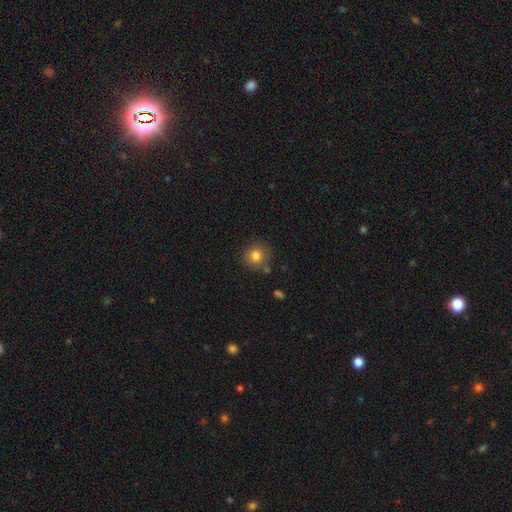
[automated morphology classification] Overall: smooth (80%). How rounded: round (88%). Merging: none (75%).